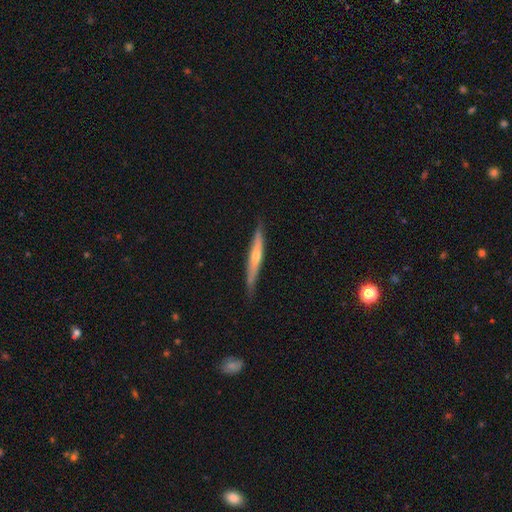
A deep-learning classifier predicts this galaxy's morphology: featured or disk 67%, smooth 27%, star or artifact 6%. Down the decision tree: edge-on disk — yes (96%); edge-on bulge — rounded (73%); merging — none (86%).